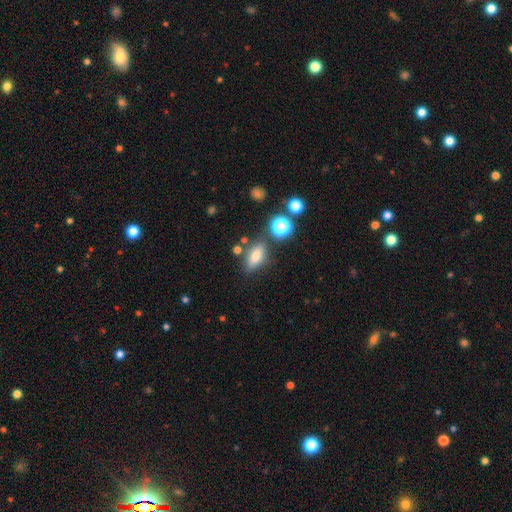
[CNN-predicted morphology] Overall: smooth (72%). How rounded: in between (73%). Merging: none (72%).